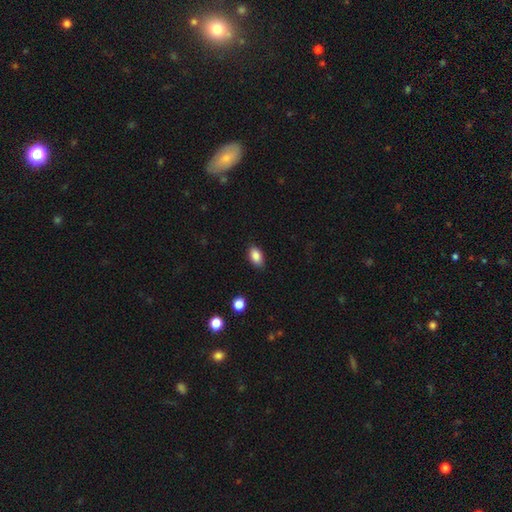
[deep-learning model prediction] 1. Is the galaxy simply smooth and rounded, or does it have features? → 86% smooth, 8% star or artifact, 5% featured or disk.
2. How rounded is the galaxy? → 90% in between, 7% round, 3% cigar-shaped.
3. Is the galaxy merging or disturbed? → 85% none, 12% minor disturbance, 2% major disturbance, 1% merger.